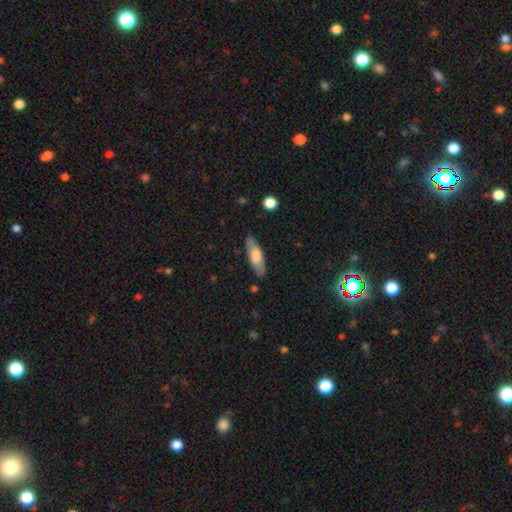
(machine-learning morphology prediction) Overall: smooth (63%; featured or disk 31%). How rounded: in between (53%; cigar-shaped 45%). Merging: none (85%).